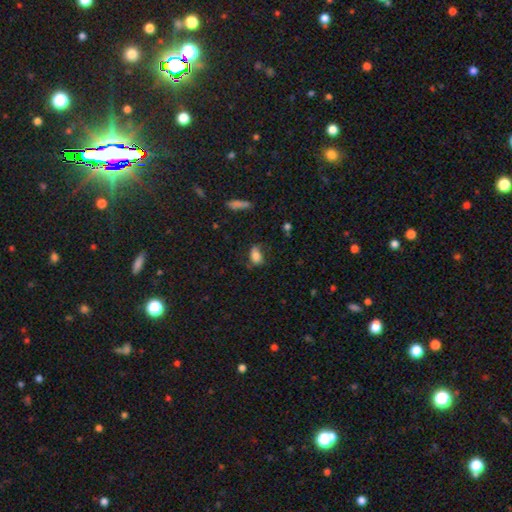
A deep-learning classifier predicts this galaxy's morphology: type=smooth (79%); roundness=in between (86%); merging=none (59%).